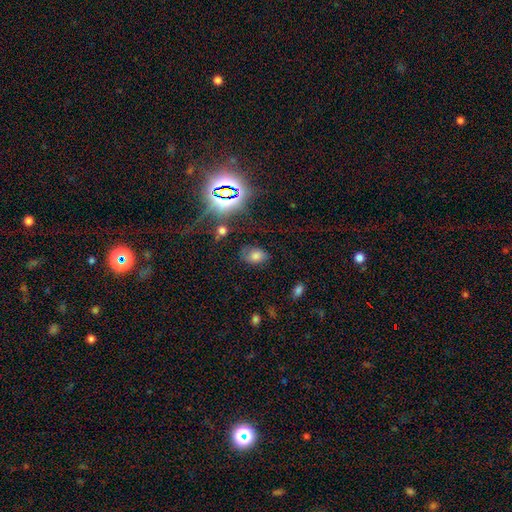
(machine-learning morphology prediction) This is possibly a smooth galaxy (58%). How rounded: clearly in between (81%). Merging: likely none (74%).